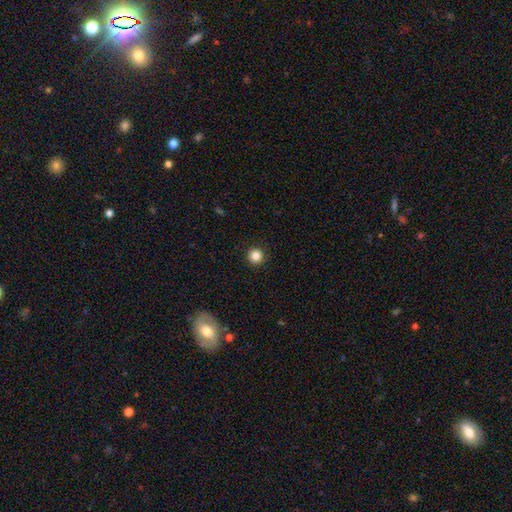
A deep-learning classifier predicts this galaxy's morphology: smooth 85%, star or artifact 11%, featured or disk 4%. Down the decision tree: how rounded — round (96%); merging — none (93%).